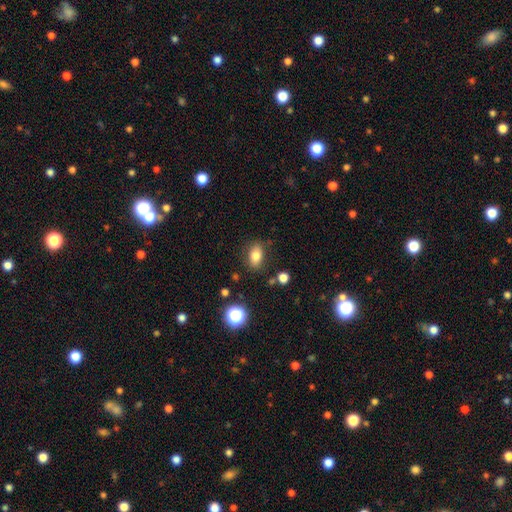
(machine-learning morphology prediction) Smooth or featured?
  - smooth: 80% *
  - star or artifact: 10%
  - featured or disk: 10%
How rounded?
  - in between: 82% *
  - round: 15%
  - cigar-shaped: 3%
Merging?
  - none: 82% *
  - minor disturbance: 12%
  - major disturbance: 3%
  - merger: 3%